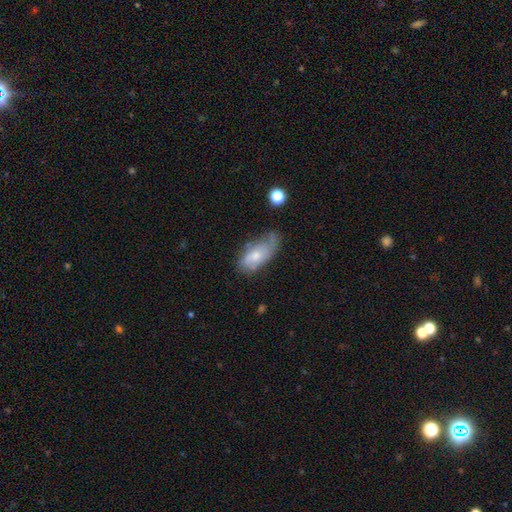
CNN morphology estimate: Smooth or featured: smooth — 52% (featured or disk — 40%)
How rounded: in between — 88% (cigar-shaped — 9%)
Merging: none — 41% (minor disturbance — 36%)